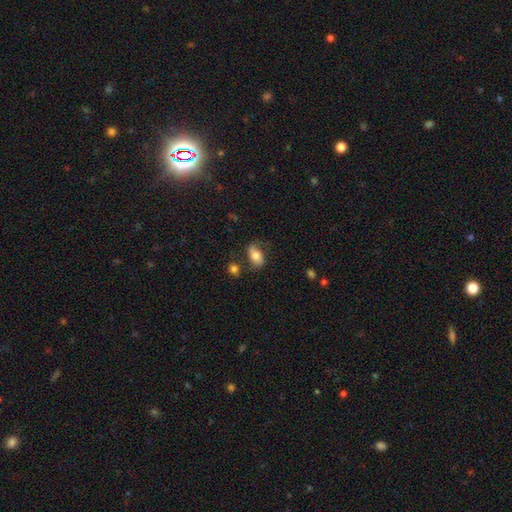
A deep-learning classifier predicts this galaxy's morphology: smooth-or-featured: smooth: 67% | featured or disk: 25% | star or artifact: 8%
  how-rounded: in between: 89% | round: 9% | cigar-shaped: 3%
  merging: none: 62% | minor disturbance: 21% | major disturbance: 9% | merger: 7%